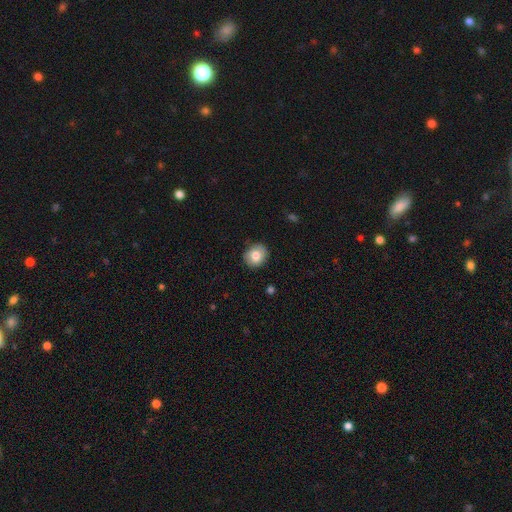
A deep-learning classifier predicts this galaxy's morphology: Smooth or featured? smooth (81%)
How rounded? round (78%)
Merging? none (86%)